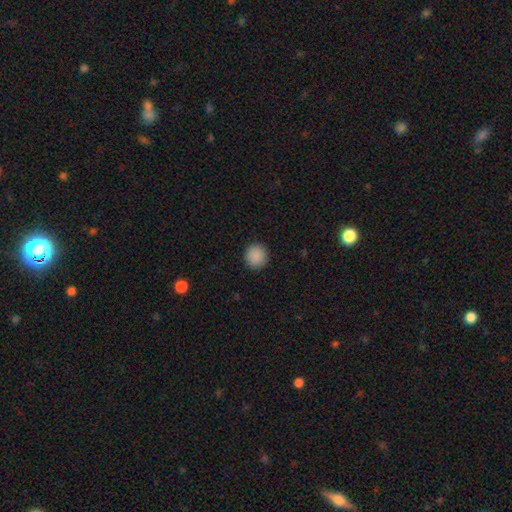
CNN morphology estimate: A smooth galaxy with no disk features (89%) that is round (93%).

Vote fractions:
- Smooth or featured? smooth: 89% / star or artifact: 8% / featured or disk: 2%
- How rounded? round: 93% / in between: 6% / cigar-shaped: 1%
- Merging? none: 92% / minor disturbance: 5% / major disturbance: 2% / merger: 1%